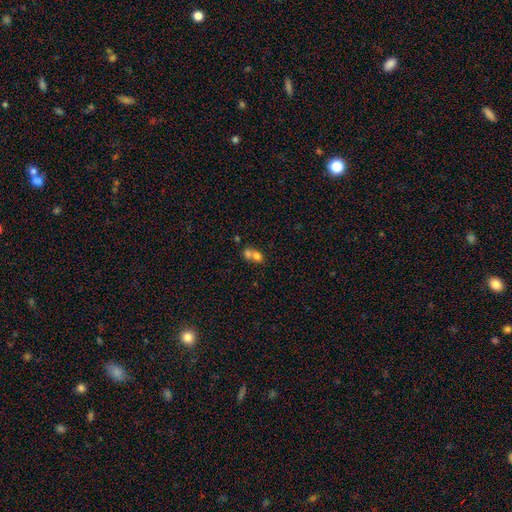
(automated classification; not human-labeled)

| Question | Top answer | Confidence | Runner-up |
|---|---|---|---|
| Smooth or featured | smooth | 69% | featured or disk (19%) |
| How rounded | round | 55% | in between (44%) |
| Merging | merger | 71% | none (21%) |